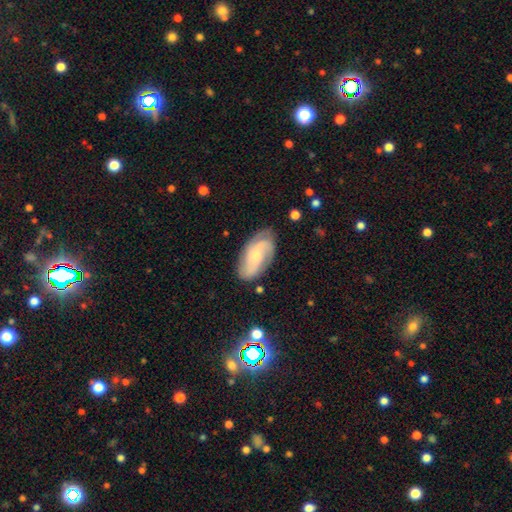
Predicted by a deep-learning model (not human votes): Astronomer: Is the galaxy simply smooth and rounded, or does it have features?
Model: featured or disk — 68%.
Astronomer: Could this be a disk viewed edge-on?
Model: no — 95%.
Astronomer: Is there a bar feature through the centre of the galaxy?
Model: no — 58%.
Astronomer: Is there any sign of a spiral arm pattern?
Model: yes — 93%.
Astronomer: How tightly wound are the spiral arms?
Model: medium — 43% (runner-up: tight, 33%).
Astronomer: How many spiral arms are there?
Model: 2 — 53%.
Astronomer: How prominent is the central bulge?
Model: small — 67%.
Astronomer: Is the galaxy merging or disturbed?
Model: none — 73%.